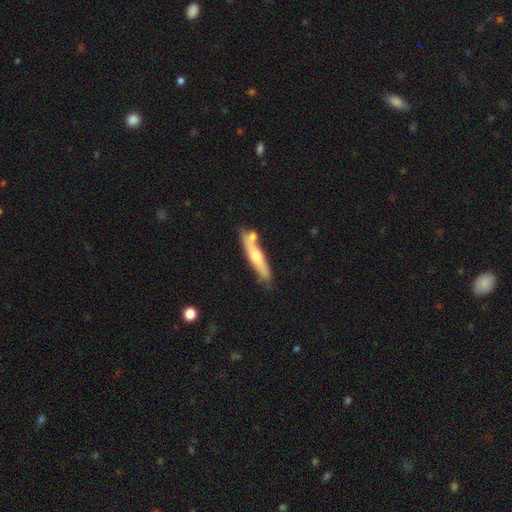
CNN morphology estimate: type=featured or disk (48%); merging=none (62%).